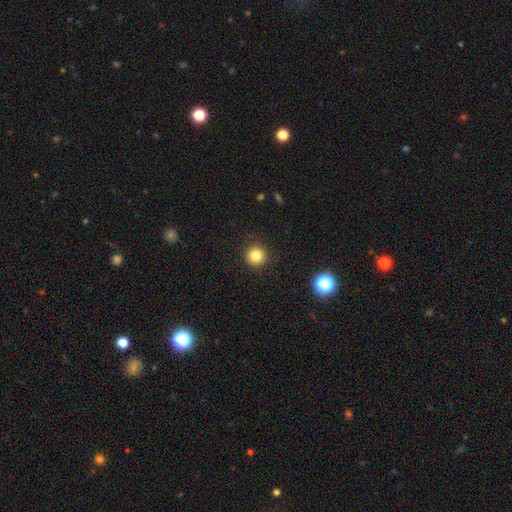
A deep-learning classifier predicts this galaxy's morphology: Smooth or featured? smooth (82%)
How rounded? round (95%)
Merging? none (91%)